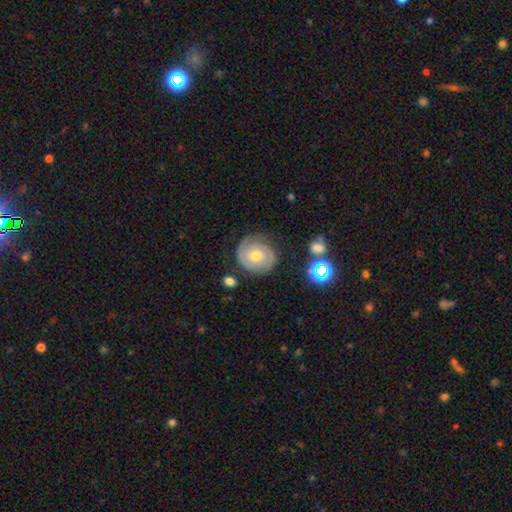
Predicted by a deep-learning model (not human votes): A featured or disk galaxy (77%) with no bar (77%), 2 (62%) tight (72%) spiral arms (93%) and a moderate central bulge (63%).

Vote fractions:
- Smooth or featured? featured or disk: 77% / smooth: 17% / star or artifact: 7%
- Edge-on disk? no: 98% / yes: 2%
- Bar? no: 77% / weak: 20% / strong: 4%
- Spiral arms? yes: 93% / no: 7%
- Spiral winding? tight: 72% / medium: 22% / loose: 6%
- Spiral arm count? 2: 62% / can't tell: 16% / 1: 11% / 3: 6% / 4: 2% / more than 4: 2%
- Bulge size? moderate: 63% / small: 32% / large: 3% / none: 1% / dominant: 1%
- Merging? none: 74% / minor disturbance: 17% / major disturbance: 7% / merger: 2%